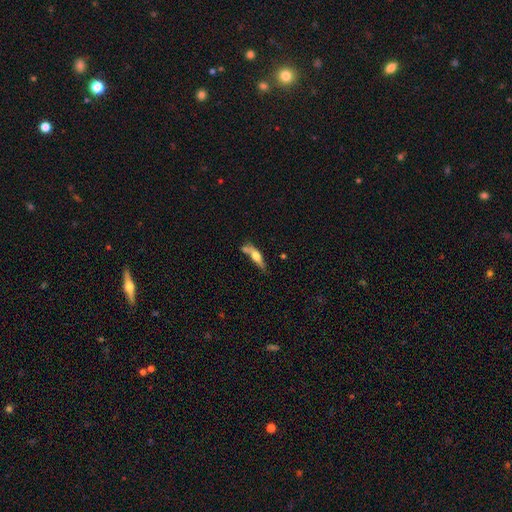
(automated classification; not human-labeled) The model was most divided on "smooth or featured": smooth: 48%, featured or disk: 45%, star or artifact: 7%. Remaining: merging — none (44%).